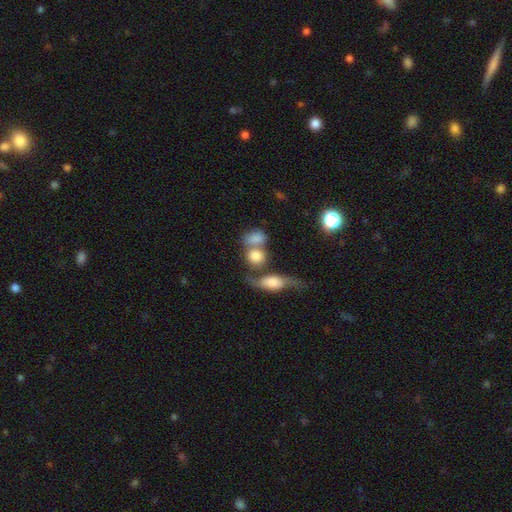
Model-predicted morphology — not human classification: Smooth or featured: smooth — 74% (featured or disk — 17%)
How rounded: round — 52% (in between — 44%)
Merging: merger — 48% (none — 31%)